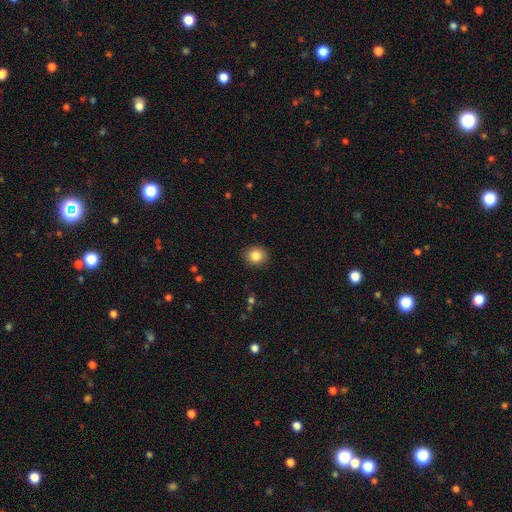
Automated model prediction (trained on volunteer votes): A smooth galaxy with no disk features (85%) that is round (82%).

Vote fractions:
- Smooth or featured? smooth: 85% / star or artifact: 10% / featured or disk: 5%
- How rounded? round: 82% / in between: 17% / cigar-shaped: 1%
- Merging? none: 90% / minor disturbance: 7% / major disturbance: 2% / merger: 1%